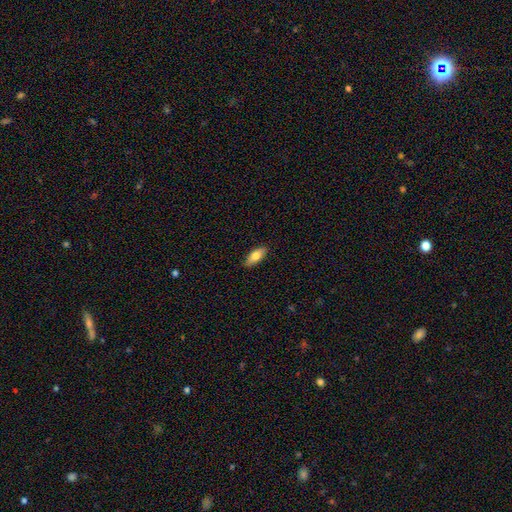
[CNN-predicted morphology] Smooth or featured? smooth (76%)
How rounded? in between (78%)
Merging? none (87%)